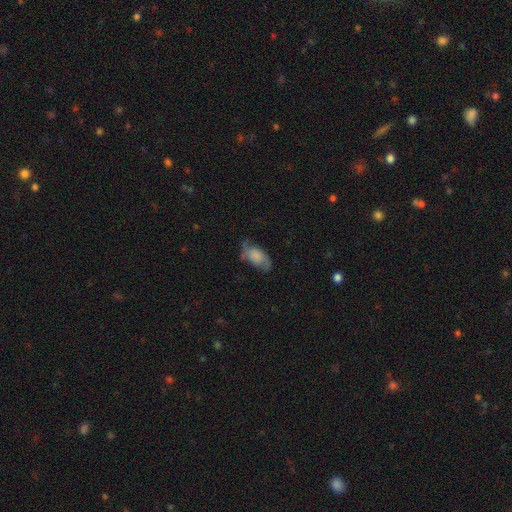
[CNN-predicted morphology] This appears to be a smooth galaxy with no disk features (52%) that is in between round and cigar-shaped (91%). Merging: none (48%).